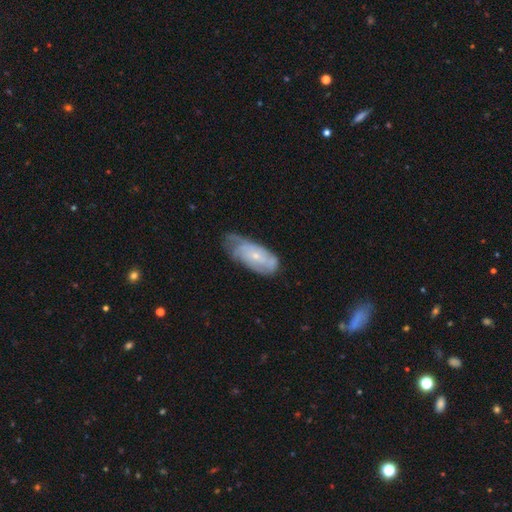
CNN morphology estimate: A featured or disk galaxy (65%) with no bar (73%), spiral arms (81%) and a small central bulge (73%).

Vote fractions:
- Smooth or featured? featured or disk: 65% / smooth: 28% / star or artifact: 7%
- Edge-on disk? no: 92% / yes: 8%
- Bar? no: 73% / weak: 22% / strong: 5%
- Spiral arms? yes: 81% / no: 19%
- Bulge size? small: 73% / moderate: 22% / none: 3% / large: 1% / dominant: 1%
- Merging? none: 48% / minor disturbance: 35% / major disturbance: 15% / merger: 2%